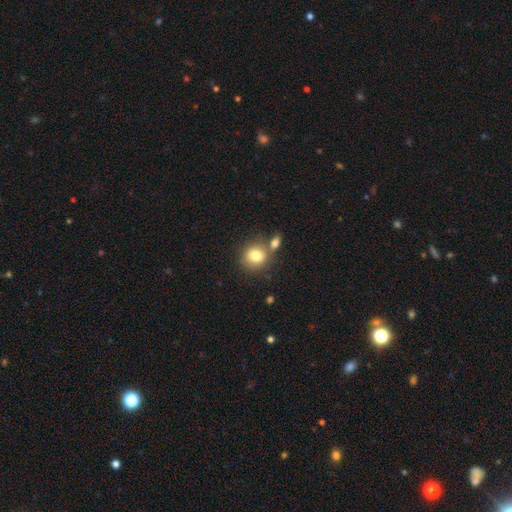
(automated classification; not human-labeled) Smooth or featured?
  - smooth: 79% *
  - featured or disk: 12%
  - star or artifact: 10%
How rounded?
  - round: 82% *
  - in between: 17%
  - cigar-shaped: 1%
Merging?
  - none: 61% *
  - merger: 25%
  - minor disturbance: 11%
  - major disturbance: 4%